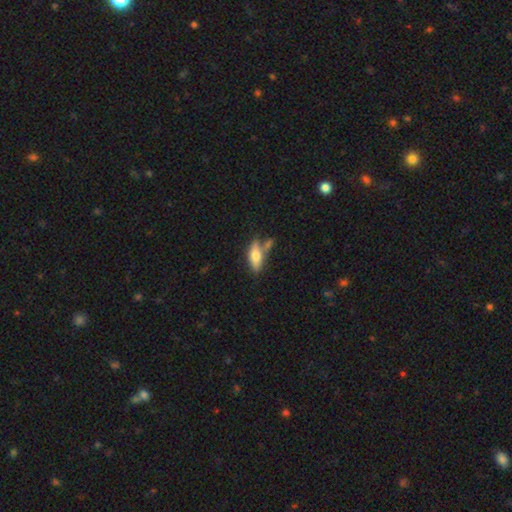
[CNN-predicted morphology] This is likely a smooth galaxy (60%). How rounded: likely in between (65%). Merging: possibly none (52%).